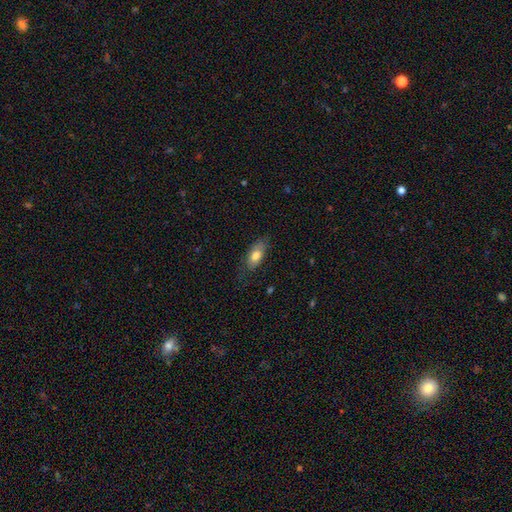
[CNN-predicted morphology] type=smooth (73%); roundness=in between (85%); merging=none (70%).